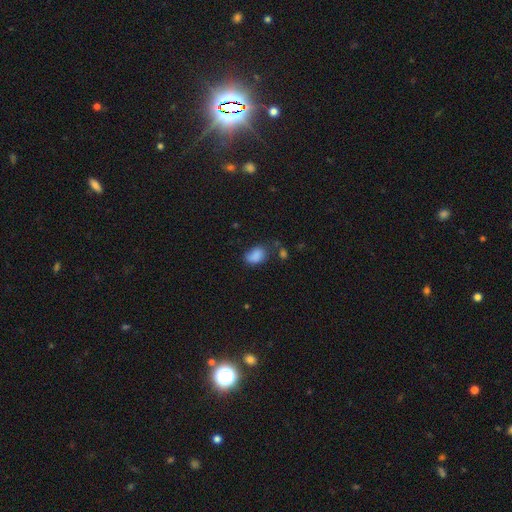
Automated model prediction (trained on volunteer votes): Overall: smooth (85%). How rounded: in between (83%). Merging: none (58%; minor disturbance 27%).